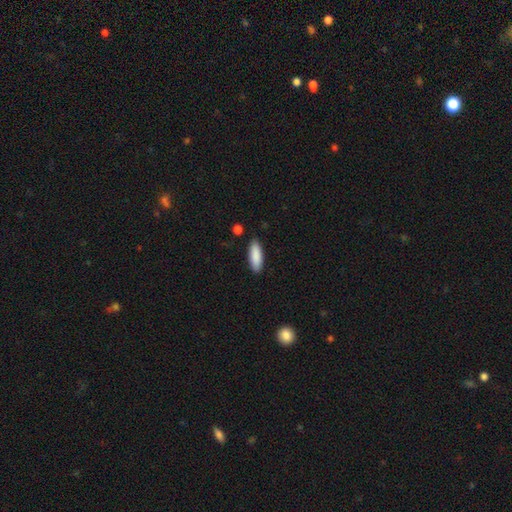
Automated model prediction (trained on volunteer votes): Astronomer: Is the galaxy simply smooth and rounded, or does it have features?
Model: smooth — 89%.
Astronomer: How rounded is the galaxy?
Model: in between — 60% (runner-up: cigar-shaped, 39%).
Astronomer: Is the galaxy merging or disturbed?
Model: none — 87%.